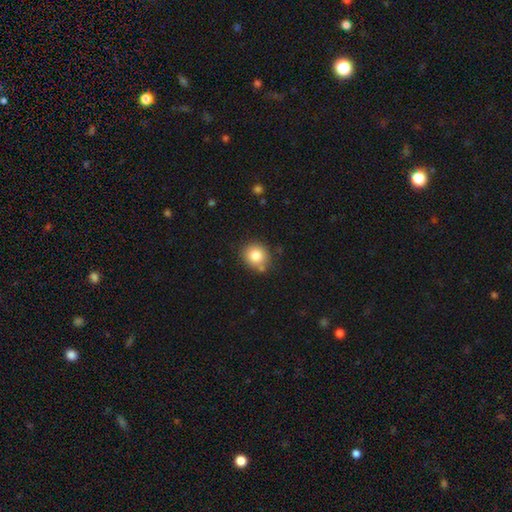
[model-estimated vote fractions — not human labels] A smooth galaxy with no disk features (82%) that is round (83%).

Vote fractions:
- Smooth or featured? smooth: 82% / star or artifact: 10% / featured or disk: 7%
- How rounded? round: 83% / in between: 16% / cigar-shaped: 1%
- Merging? none: 78% / minor disturbance: 12% / merger: 7% / major disturbance: 3%